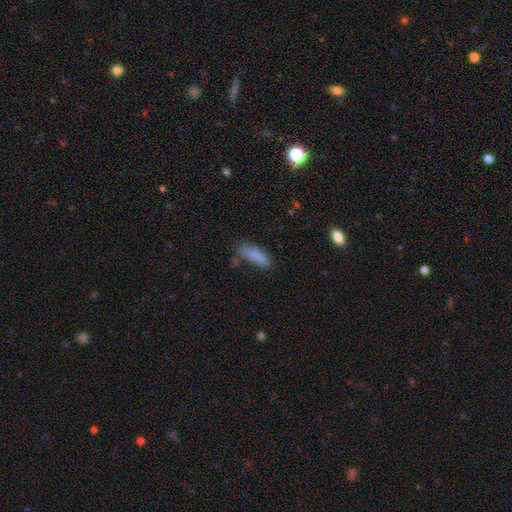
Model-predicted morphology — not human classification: Overall: smooth (82%). How rounded: in between (52%; cigar-shaped 46%). Merging: none (55%; minor disturbance 26%).